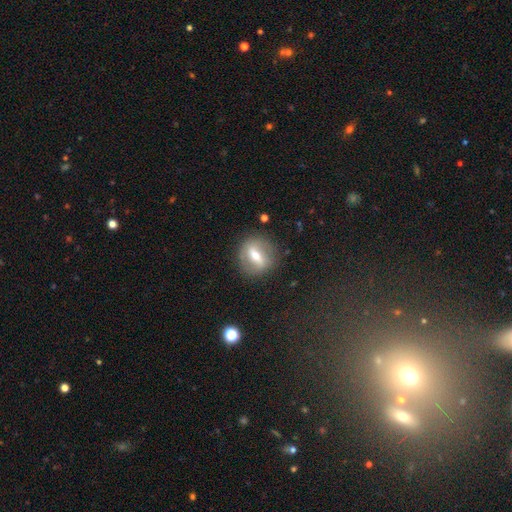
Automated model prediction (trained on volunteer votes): smooth-or-featured: featured or disk: 55% | smooth: 36% | star or artifact: 8%
  disk-edge-on: no: 75% | yes: 25%
  merging: none: 83% | minor disturbance: 11% | major disturbance: 4% | merger: 2%